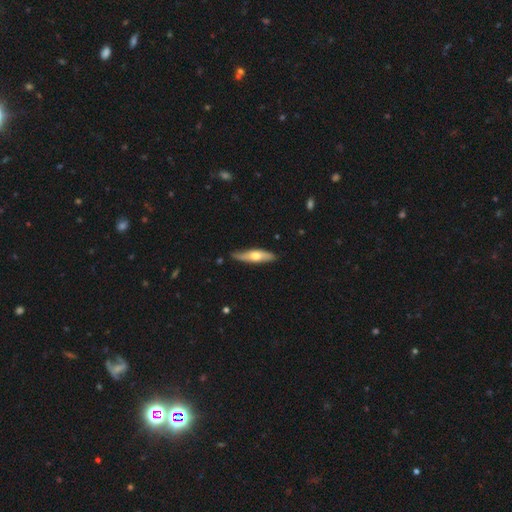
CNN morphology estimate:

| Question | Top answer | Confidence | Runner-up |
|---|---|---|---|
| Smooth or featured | smooth | 48% | featured or disk (47%) |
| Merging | none | 79% | minor disturbance (17%) |